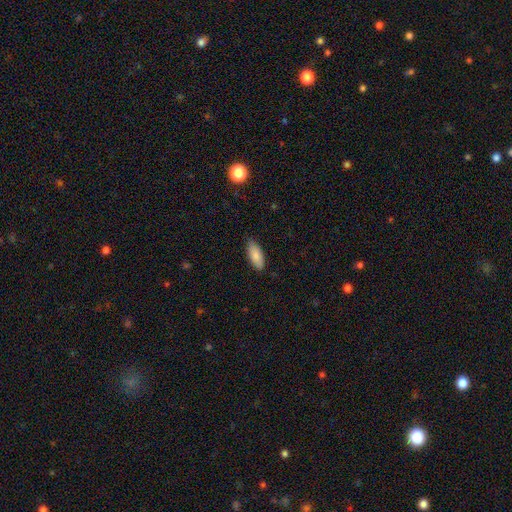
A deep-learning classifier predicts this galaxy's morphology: The model was most divided on "how rounded": in between: 81%, cigar-shaped: 17%, round: 2%. More confident: smooth or featured — smooth (86%); merging — none (84%).